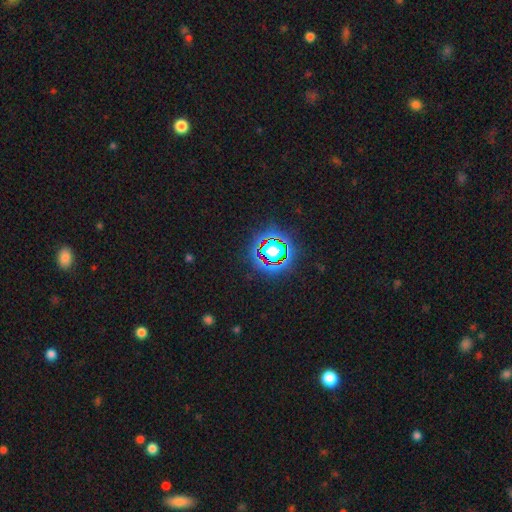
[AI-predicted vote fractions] The model was most divided on "smooth or featured": star or artifact: 81%, smooth: 11%, featured or disk: 8%.